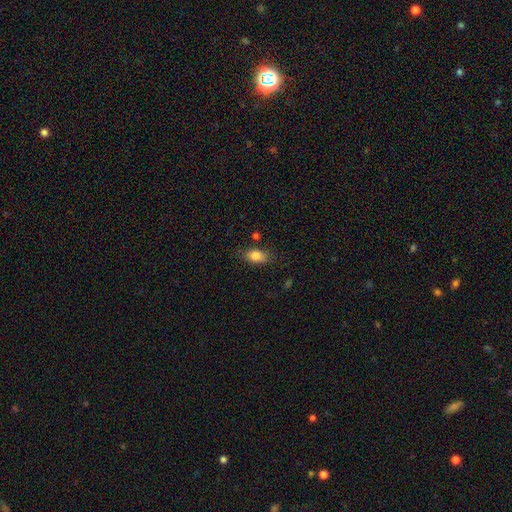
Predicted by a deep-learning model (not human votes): smooth-or-featured: smooth: 84% | star or artifact: 8% | featured or disk: 8%
  how-rounded: in between: 86% | round: 9% | cigar-shaped: 5%
  merging: none: 78% | minor disturbance: 15% | major disturbance: 4% | merger: 3%